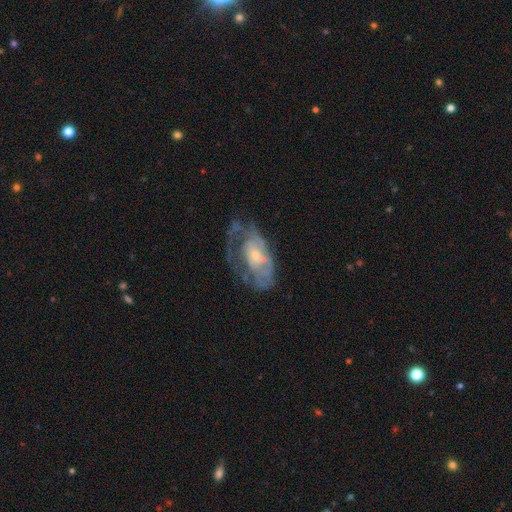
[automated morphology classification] featured or disk 72%, smooth 21%, star or artifact 7%. Down the decision tree: edge-on disk — no (94%); bar — no (76%); spiral arms — yes (63%); bulge size — small (60%); merging — none (43%).